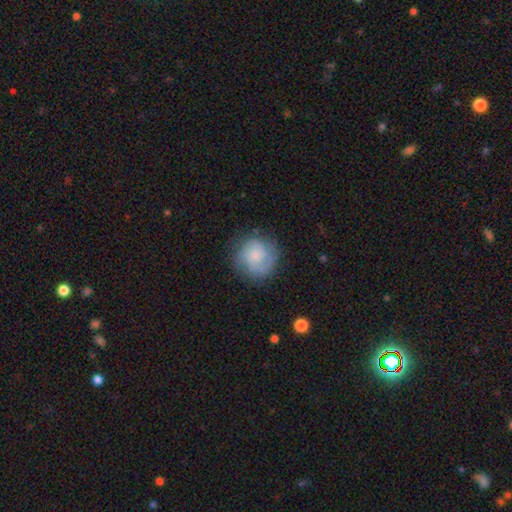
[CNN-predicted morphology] A smooth galaxy with no disk features (53%) that is round (88%). Merging: none (69%).